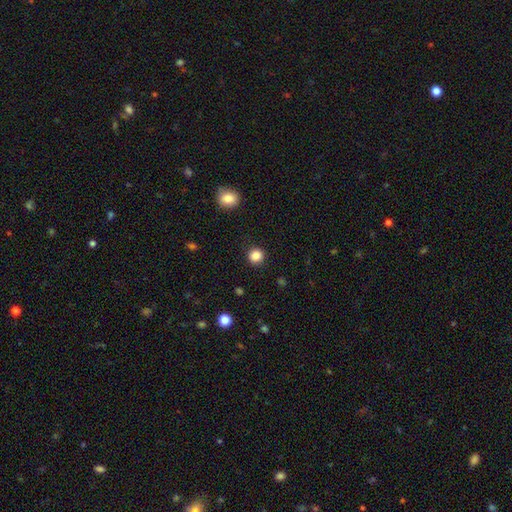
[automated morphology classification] Smooth or featured?
  - smooth: 86% *
  - star or artifact: 11%
  - featured or disk: 3%
How rounded?
  - round: 90% *
  - in between: 9%
  - cigar-shaped: 1%
Merging?
  - none: 91% *
  - minor disturbance: 6%
  - major disturbance: 2%
  - merger: 1%